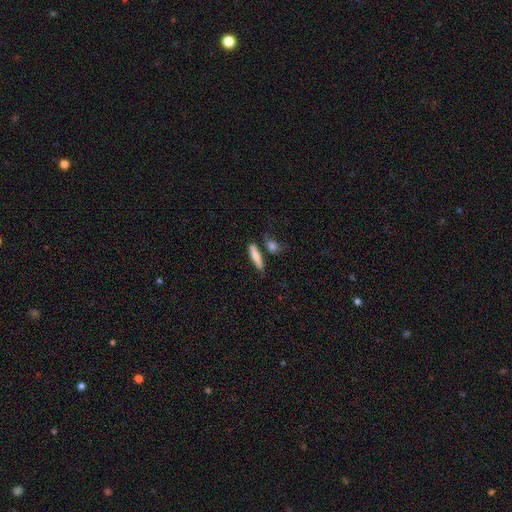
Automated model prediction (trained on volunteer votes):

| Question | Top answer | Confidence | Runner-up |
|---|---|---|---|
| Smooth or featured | smooth | 76% | featured or disk (18%) |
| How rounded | cigar-shaped | 82% | in between (16%) |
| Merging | none | 71% | minor disturbance (14%) |